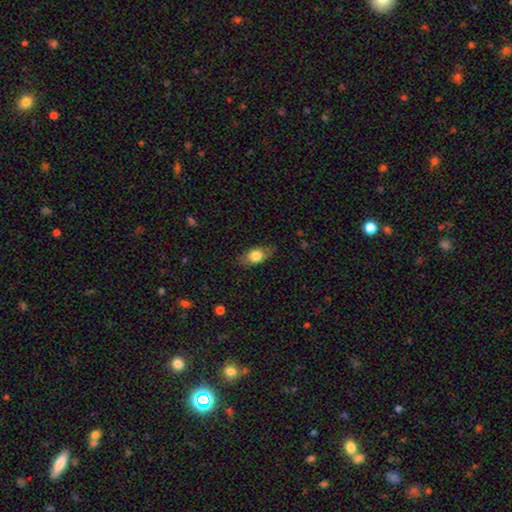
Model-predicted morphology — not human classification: Smooth or featured?
  - smooth: 74% *
  - featured or disk: 19%
  - star or artifact: 7%
How rounded?
  - in between: 83% *
  - round: 12%
  - cigar-shaped: 5%
Merging?
  - none: 79% *
  - minor disturbance: 16%
  - major disturbance: 4%
  - merger: 1%